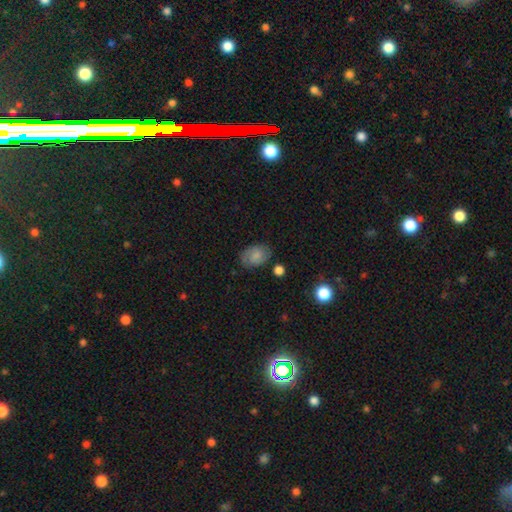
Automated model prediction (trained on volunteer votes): Smooth or featured?
  - smooth: 64% *
  - featured or disk: 27%
  - star or artifact: 9%
How rounded?
  - in between: 78% *
  - round: 21%
  - cigar-shaped: 1%
Merging?
  - none: 74% *
  - minor disturbance: 18%
  - major disturbance: 5%
  - merger: 3%